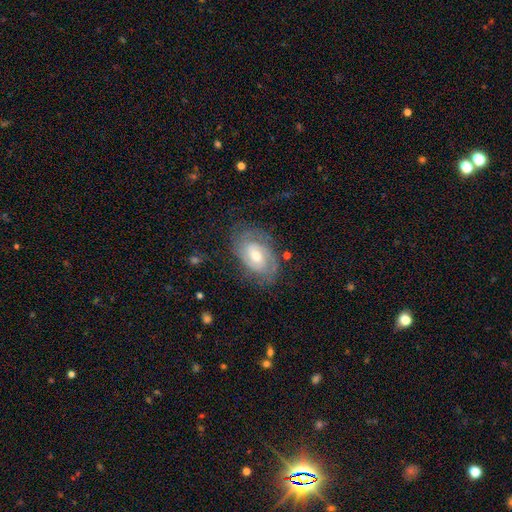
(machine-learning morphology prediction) smooth-or-featured: featured or disk: 78% | smooth: 16% | star or artifact: 6%
  disk-edge-on: no: 96% | yes: 4%
    bar: no: 47% | weak: 43% | strong: 10%
    has-spiral-arms: yes: 90% | no: 10%
      spiral-winding: tight: 60% | medium: 31% | loose: 8%
      spiral-arm-count: 2: 60% | can't tell: 24% | 3: 7% | 1: 5% | 4: 2% | more than 4: 2%
    bulge-size: moderate: 68% | small: 21% | large: 9% | none: 1% | dominant: 1%
  merging: none: 72% | minor disturbance: 19% | major disturbance: 8% | merger: 1%